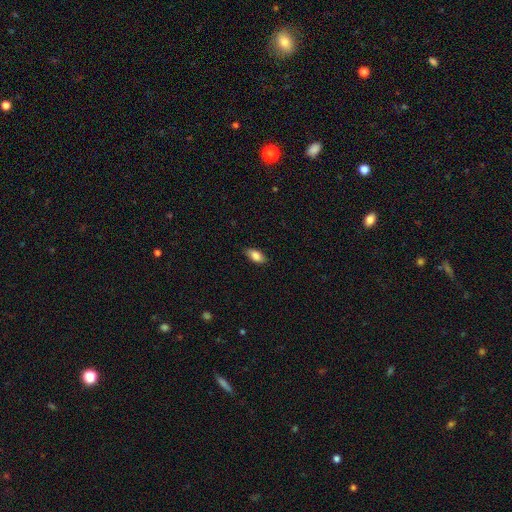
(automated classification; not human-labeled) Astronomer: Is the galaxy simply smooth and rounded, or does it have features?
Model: smooth — 85%.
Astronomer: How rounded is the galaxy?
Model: in between — 90%.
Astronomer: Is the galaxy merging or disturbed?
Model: none — 85%.